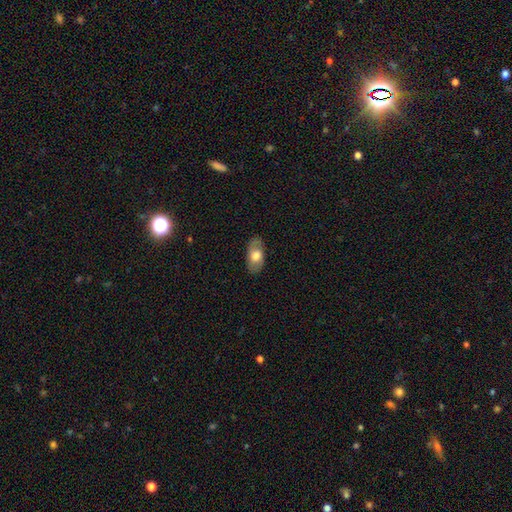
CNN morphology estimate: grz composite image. It shows a smooth galaxy with no disk features (65%) that is in between round and cigar-shaped (93%). Merging: none (84%).